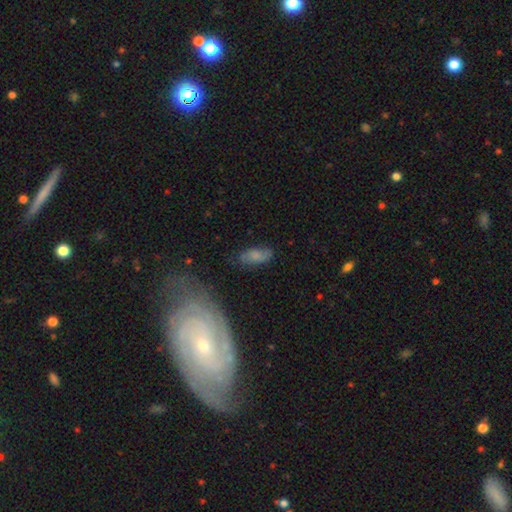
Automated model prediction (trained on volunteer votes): smooth-or-featured: smooth: 63% | featured or disk: 27% | star or artifact: 10%
  how-rounded: in between: 84% | cigar-shaped: 13% | round: 3%
  merging: none: 68% | minor disturbance: 22% | major disturbance: 7% | merger: 3%